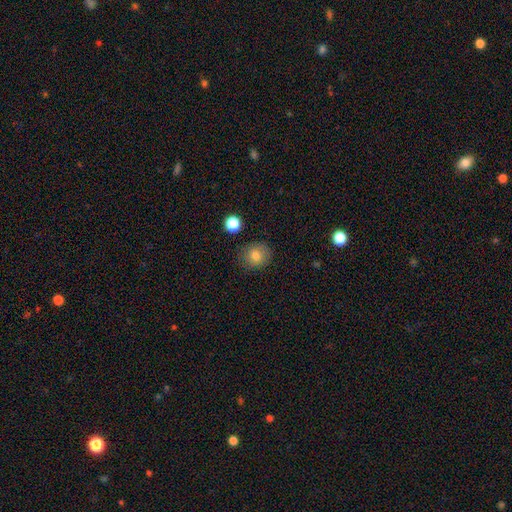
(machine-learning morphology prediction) smooth 79%, star or artifact 11%, featured or disk 10%. Down the decision tree: how rounded — round (81%); merging — none (85%).